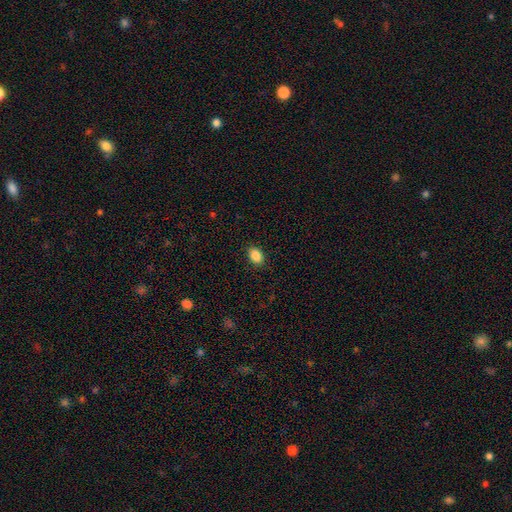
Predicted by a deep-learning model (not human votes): Overall: smooth (89%). How rounded: in between (85%). Merging: none (89%).